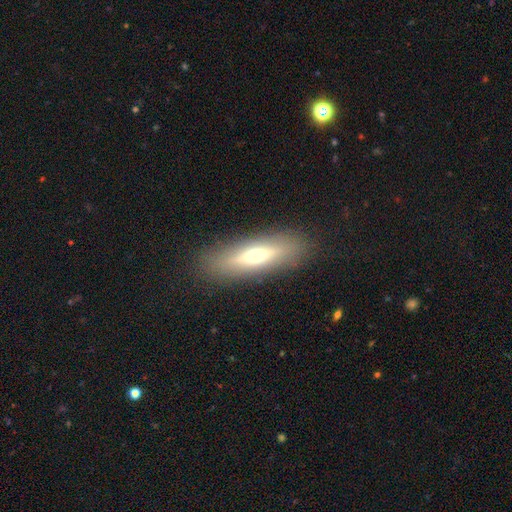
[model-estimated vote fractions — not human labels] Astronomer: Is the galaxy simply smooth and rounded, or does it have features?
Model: smooth — 47% (runner-up: featured or disk, 45%).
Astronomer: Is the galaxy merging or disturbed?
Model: none — 87%.